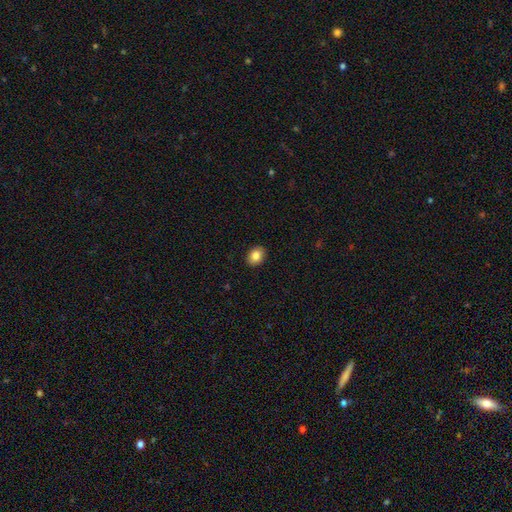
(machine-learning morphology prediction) smooth 83%, star or artifact 8%, featured or disk 8%. Down the decision tree: how rounded — in between (66%); merging — none (90%).